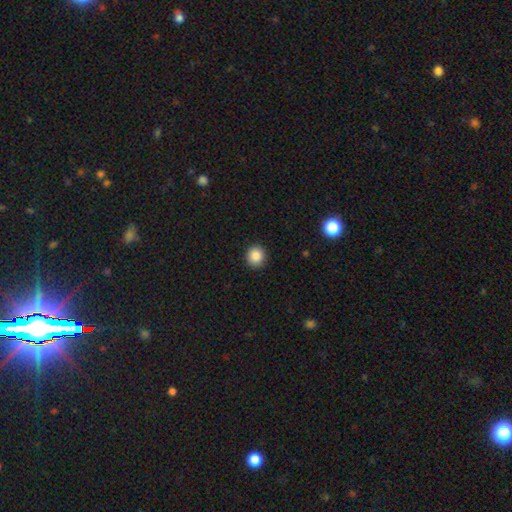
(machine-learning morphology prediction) Overall: smooth (87%). How rounded: round (90%). Merging: none (92%).